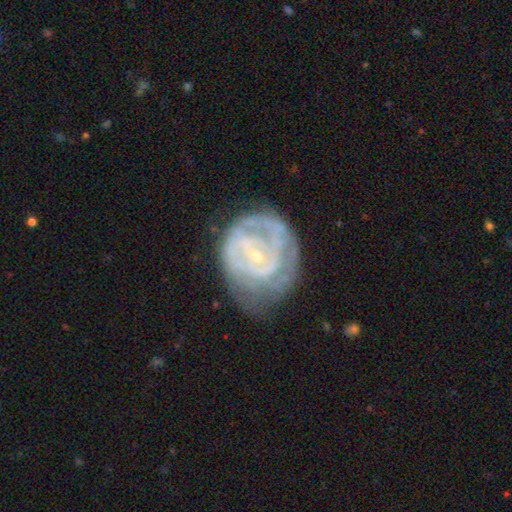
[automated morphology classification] Smooth or featured: featured or disk — 77% (smooth — 16%)
Edge-on disk: no — 97% (yes — 3%)
Bar: no — 59% (weak — 31%)
Spiral arms: yes — 76% (no — 24%)
Spiral winding: tight — 66% (medium — 25%)
Spiral arm count: can't tell — 47% (2 — 27%)
Bulge size: small — 78% (moderate — 17%)
Merging: none — 52% (minor disturbance — 27%)